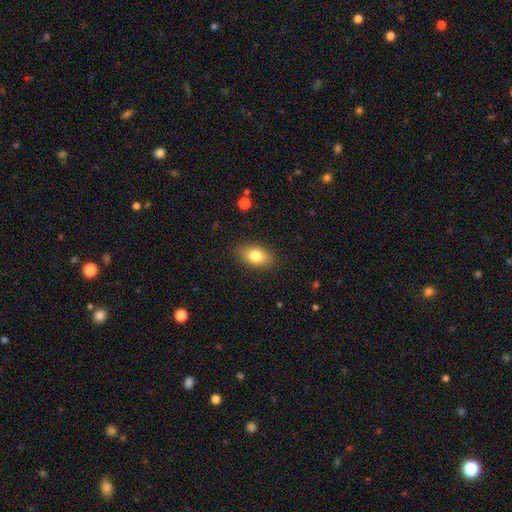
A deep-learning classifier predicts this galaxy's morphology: Smooth or featured?
  - smooth: 81% *
  - featured or disk: 12%
  - star or artifact: 8%
How rounded?
  - in between: 87% *
  - round: 10%
  - cigar-shaped: 3%
Merging?
  - none: 86% *
  - minor disturbance: 10%
  - major disturbance: 3%
  - merger: 1%